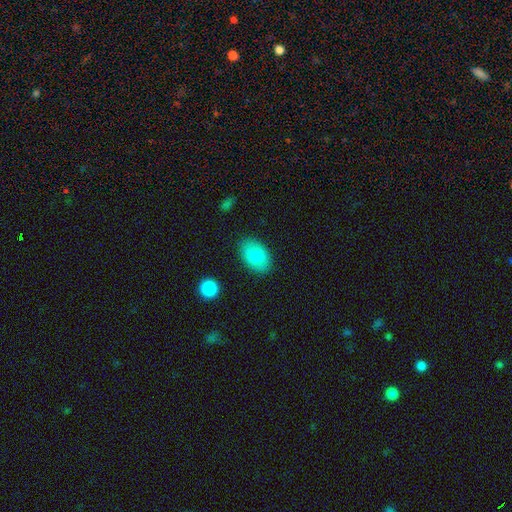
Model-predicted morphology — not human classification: Smooth or featured: smooth — 79% (featured or disk — 14%)
How rounded: in between — 88% (round — 11%)
Merging: none — 86% (minor disturbance — 10%)